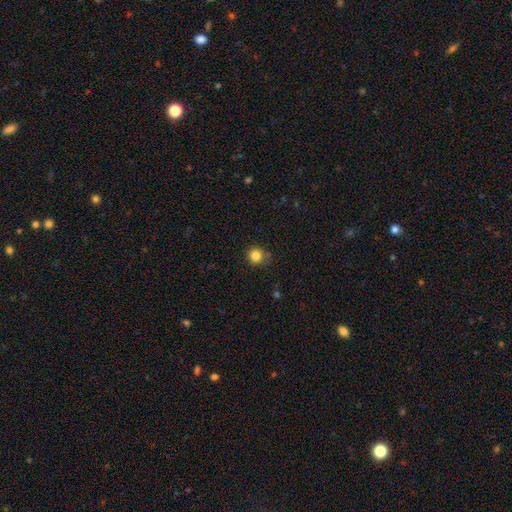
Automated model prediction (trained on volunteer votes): Morphology: type=smooth (83%); roundness=round (91%); merging=none (81%).